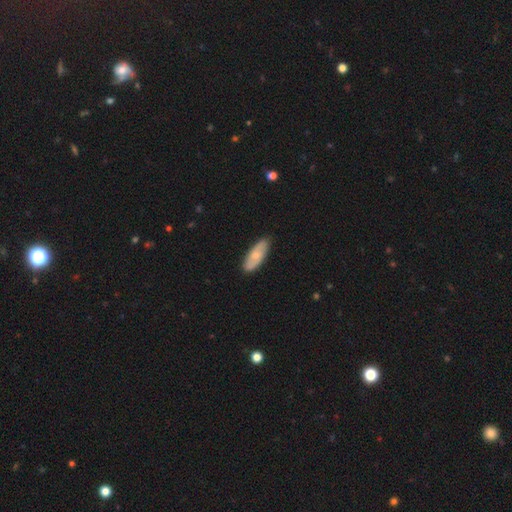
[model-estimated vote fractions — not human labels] This appears to be a smooth galaxy with no disk features (58%) that is in between round and cigar-shaped (72%). Merging: none (84%).